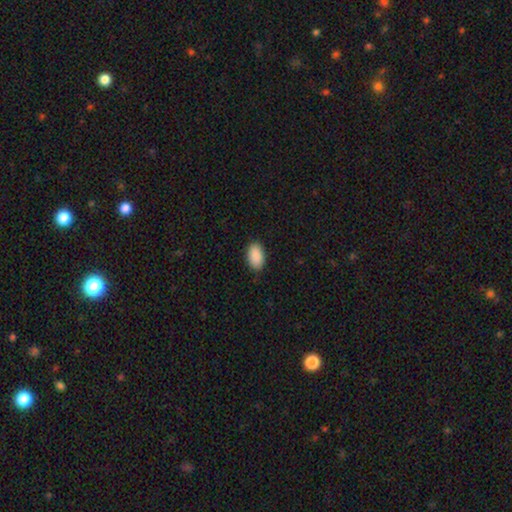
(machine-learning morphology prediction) Smooth or featured? Predicted: smooth (p=0.91). How rounded? Predicted: in between (p=0.95). Merging? Predicted: none (p=0.88).